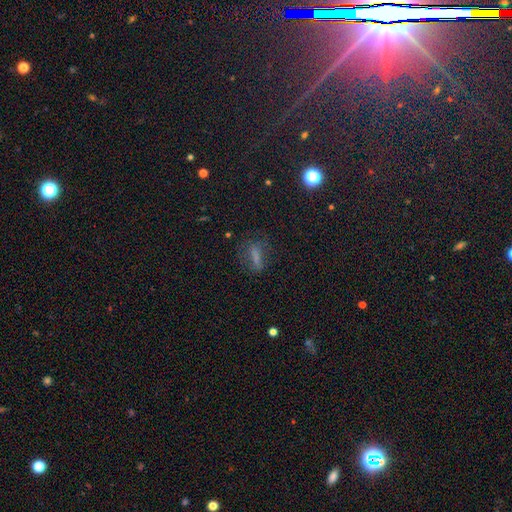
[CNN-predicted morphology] The model was most divided on "how rounded": cigar-shaped: 45%, in between: 44%, round: 11%. More confident: merging — none (66%); smooth or featured — smooth (54%).